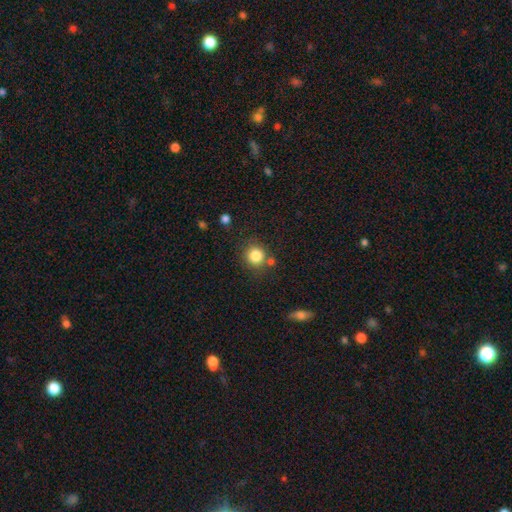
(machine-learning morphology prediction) Smooth or featured? Predicted: smooth (p=0.83). How rounded? Predicted: round (p=0.91). Merging? Predicted: none (p=0.76).